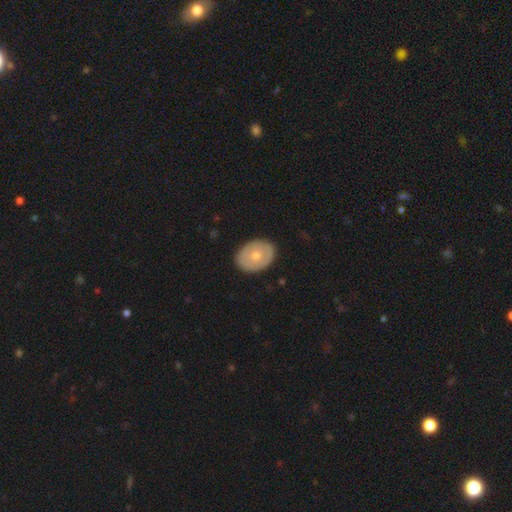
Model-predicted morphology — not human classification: Smooth or featured? smooth (57%)
How rounded? in between (65%)
Merging? none (86%)